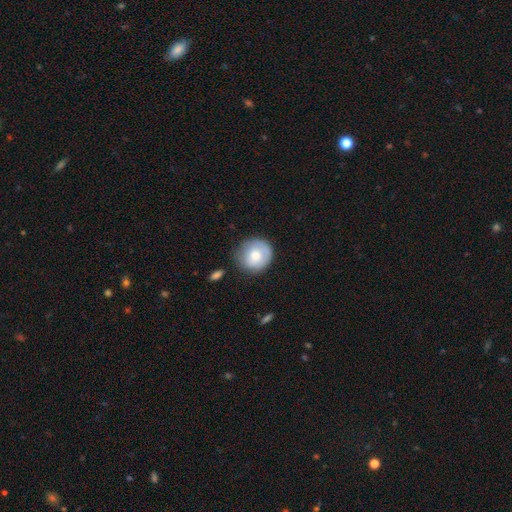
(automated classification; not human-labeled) A smooth galaxy with no disk features (72%) that is round (89%). Merging: none (70%).